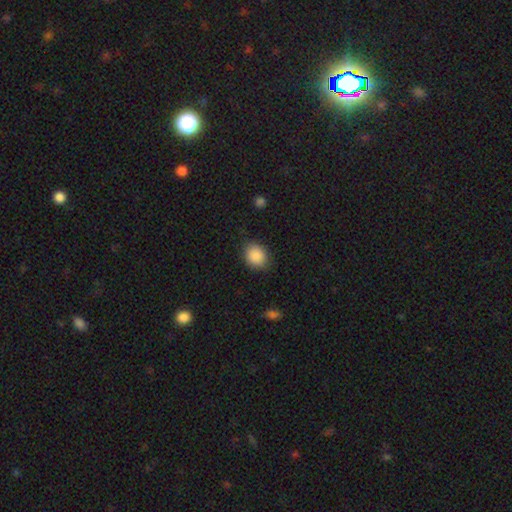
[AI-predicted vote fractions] Smooth or featured? Predicted: smooth (p=0.88). How rounded? Predicted: round (p=0.57). Merging? Predicted: none (p=0.85).